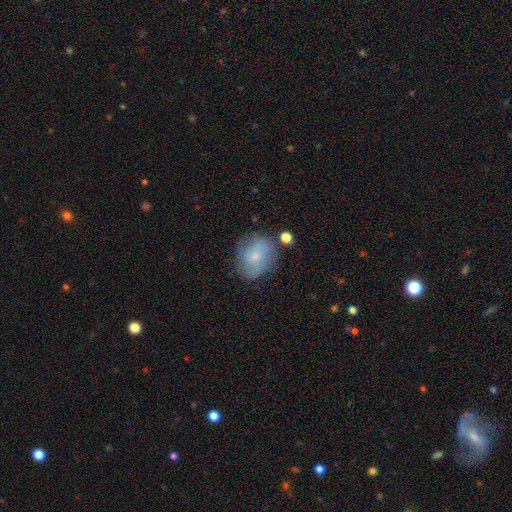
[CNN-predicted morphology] Smooth or featured? Predicted: smooth (p=0.58). How rounded? Predicted: round (p=0.62). Merging? Predicted: none (p=0.66).